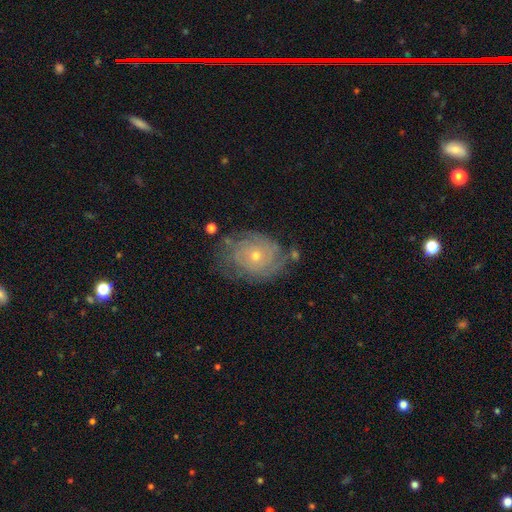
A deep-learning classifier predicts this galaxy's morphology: smooth_or_featured: featured or disk (p=0.79) [alt: smooth p=0.14]
disk_edge_on: no (p=0.97) [alt: yes p=0.03]
bar: no (p=0.84) [alt: weak p=0.14]
has_spiral_arms: yes (p=0.90) [alt: no p=0.10]
spiral_winding: tight (p=0.76) [alt: medium p=0.19]
spiral_arm_count: can't tell (p=0.44) [alt: 2 p=0.22]
bulge_size: small (p=0.65) [alt: moderate p=0.33]
merging: none (p=0.67) [alt: minor disturbance p=0.21]